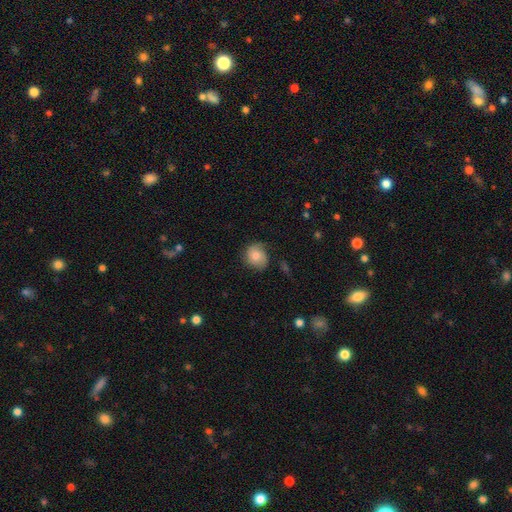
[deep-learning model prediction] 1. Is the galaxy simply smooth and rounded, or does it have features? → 63% smooth, 29% featured or disk, 8% star or artifact.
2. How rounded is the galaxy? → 73% round, 26% in between, 1% cigar-shaped.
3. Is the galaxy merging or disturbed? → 64% none, 26% minor disturbance, 9% major disturbance, 1% merger.